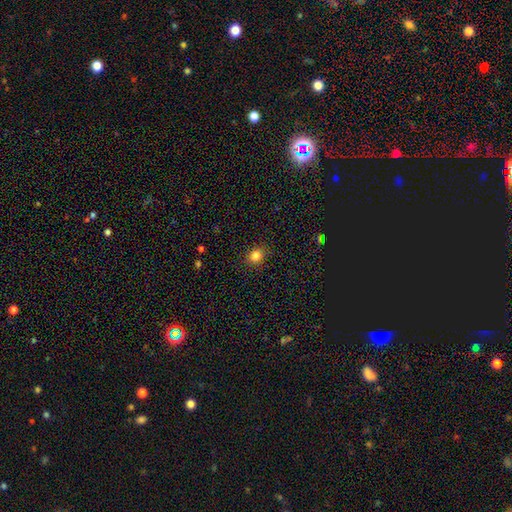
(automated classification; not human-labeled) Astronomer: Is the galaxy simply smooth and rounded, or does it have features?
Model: smooth — 83%.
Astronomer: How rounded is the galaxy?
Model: round — 67%.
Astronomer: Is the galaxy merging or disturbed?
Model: none — 89%.